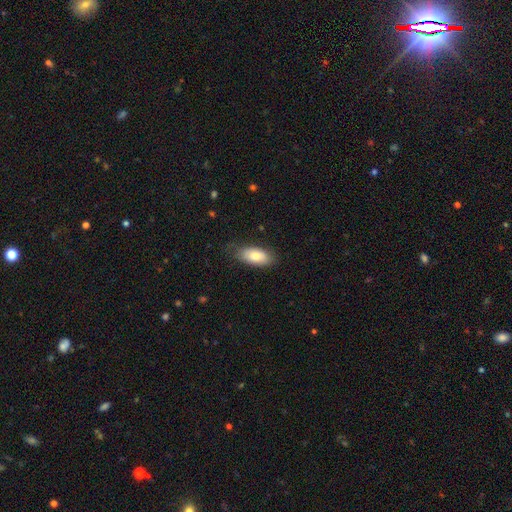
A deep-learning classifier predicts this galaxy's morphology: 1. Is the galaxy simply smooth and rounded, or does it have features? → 76% smooth, 17% featured or disk, 7% star or artifact.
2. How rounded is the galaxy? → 90% in between, 6% cigar-shaped, 3% round.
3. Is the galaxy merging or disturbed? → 77% none, 18% minor disturbance, 4% major disturbance, 1% merger.